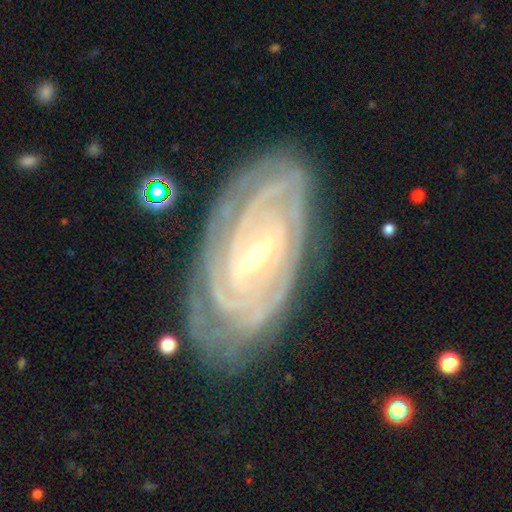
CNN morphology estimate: smooth_or_featured: featured or disk (p=0.90) [alt: smooth p=0.05]
disk_edge_on: no (p=0.95) [alt: yes p=0.05]
bar: weak (p=0.41) [alt: strong p=0.38]
has_spiral_arms: yes (p=0.98) [alt: no p=0.02]
spiral_winding: tight (p=0.85) [alt: medium p=0.13]
spiral_arm_count: can't tell (p=0.26) [alt: 4 p=0.21]
bulge_size: small (p=0.62) [alt: moderate p=0.35]
merging: none (p=0.79) [alt: minor disturbance p=0.15]